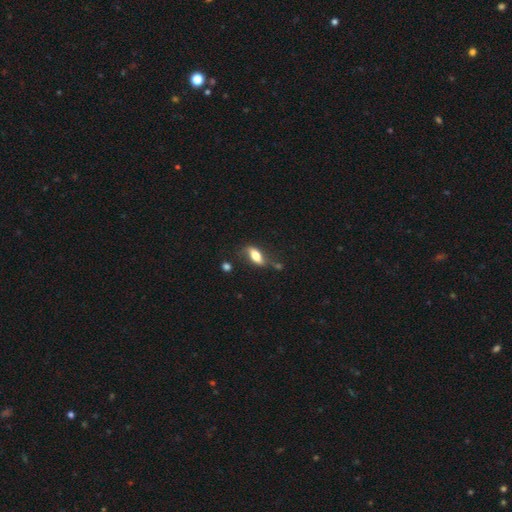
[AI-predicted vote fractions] The model was most divided on "merging": none: 54%, minor disturbance: 26%, major disturbance: 11%, merger: 8%. More confident: how rounded — in between (77%); smooth or featured — smooth (60%).